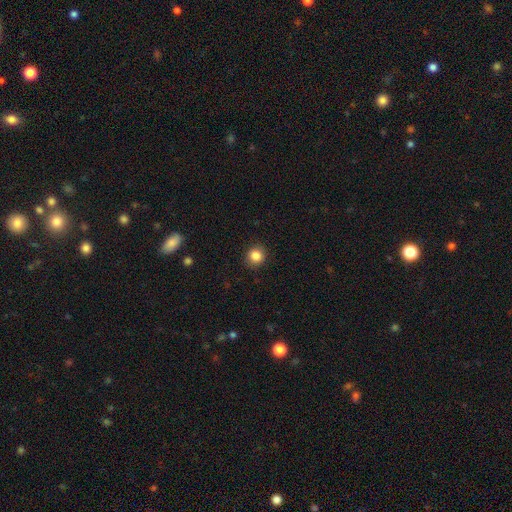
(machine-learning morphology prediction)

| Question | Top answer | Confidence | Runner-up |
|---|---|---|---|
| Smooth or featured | smooth | 85% | star or artifact (11%) |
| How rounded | round | 87% | in between (12%) |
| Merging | none | 90% | minor disturbance (7%) |